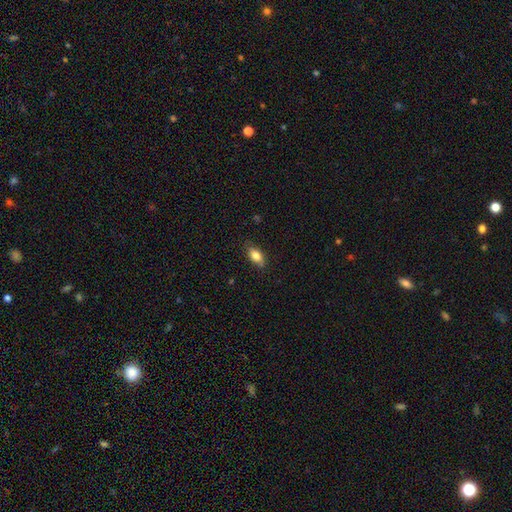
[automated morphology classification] This is clearly a smooth galaxy (82%). How rounded: clearly in between (87%). Merging: likely none (78%).